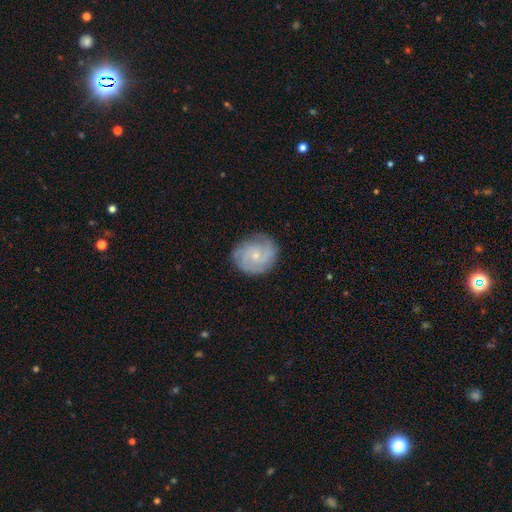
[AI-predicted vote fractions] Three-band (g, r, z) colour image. It shows a featured or disk galaxy (76%) with no bar (73%), 3 (34%) tight (59%) spiral arms (95%) and a small central bulge (69%). Merging: none (81%).